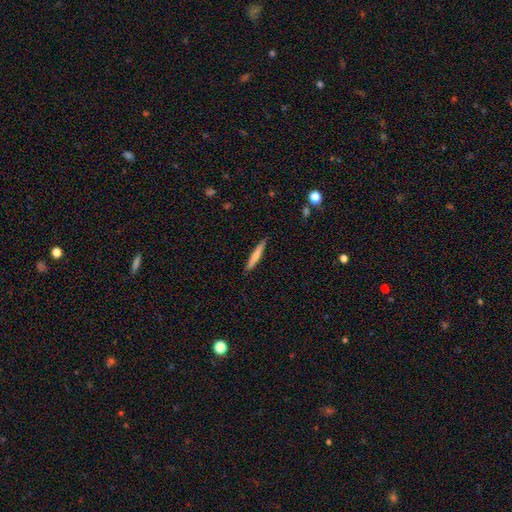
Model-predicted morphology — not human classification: smooth-or-featured: smooth: 62% | featured or disk: 32% | star or artifact: 6%
  how-rounded: cigar-shaped: 94% | in between: 5% | round: 1%
  merging: none: 89% | minor disturbance: 9% | major disturbance: 2% | merger: 1%